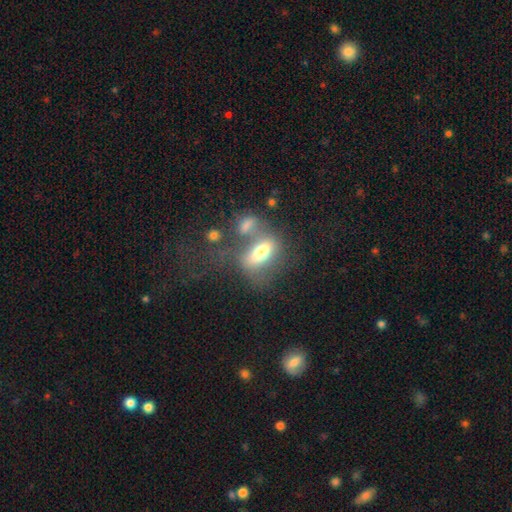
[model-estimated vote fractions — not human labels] Smooth or featured? smooth (63%)
How rounded? in between (80%)
Merging? none (34%)